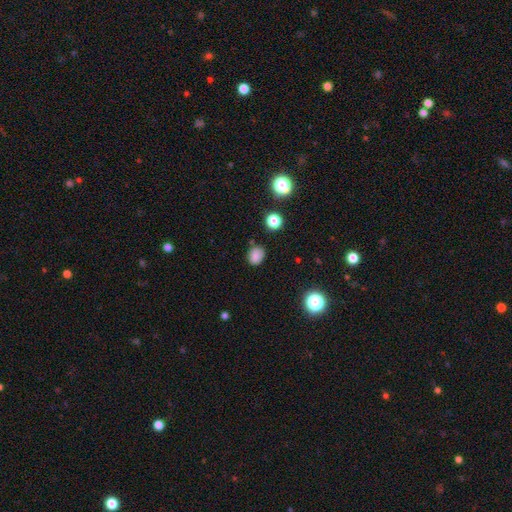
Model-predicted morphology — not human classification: A smooth galaxy with no disk features (82%) that is in between round and cigar-shaped (52%).

Vote fractions:
- Smooth or featured? smooth: 82% / star or artifact: 14% / featured or disk: 5%
- How rounded? in between: 52% / round: 47% / cigar-shaped: 1%
- Merging? none: 76% / minor disturbance: 17% / merger: 4% / major disturbance: 4%